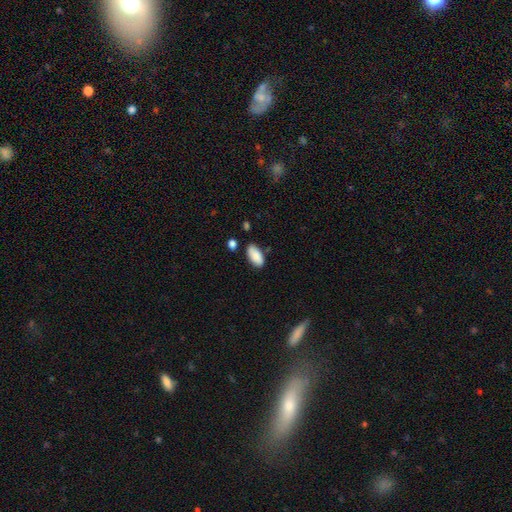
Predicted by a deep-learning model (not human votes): A smooth galaxy with no disk features (88%) that is in between round and cigar-shaped (93%). Merging: none (76%).